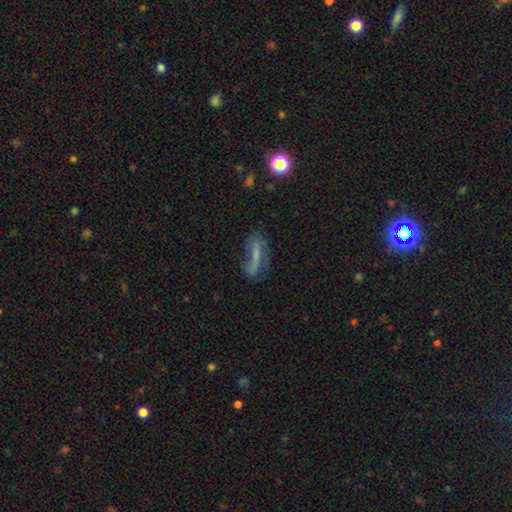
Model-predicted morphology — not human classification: type=featured or disk (49%); merging=none (52%).